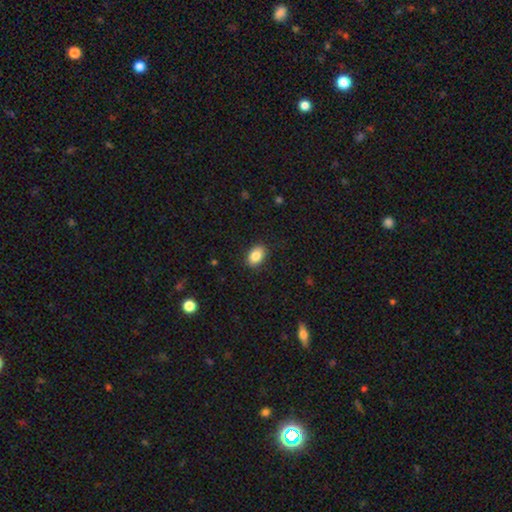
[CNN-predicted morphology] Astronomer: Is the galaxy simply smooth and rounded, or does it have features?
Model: smooth — 86%.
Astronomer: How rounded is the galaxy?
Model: in between — 84%.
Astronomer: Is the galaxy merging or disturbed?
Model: none — 88%.